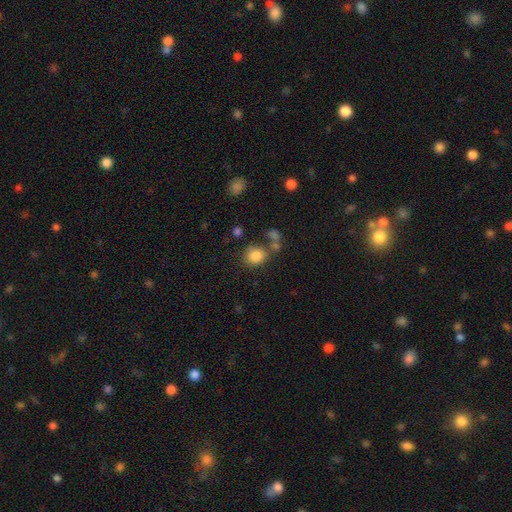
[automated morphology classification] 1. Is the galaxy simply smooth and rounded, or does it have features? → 84% smooth, 10% star or artifact, 6% featured or disk.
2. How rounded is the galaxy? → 69% round, 30% in between, 1% cigar-shaped.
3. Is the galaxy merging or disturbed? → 63% none, 16% merger, 15% minor disturbance, 7% major disturbance.